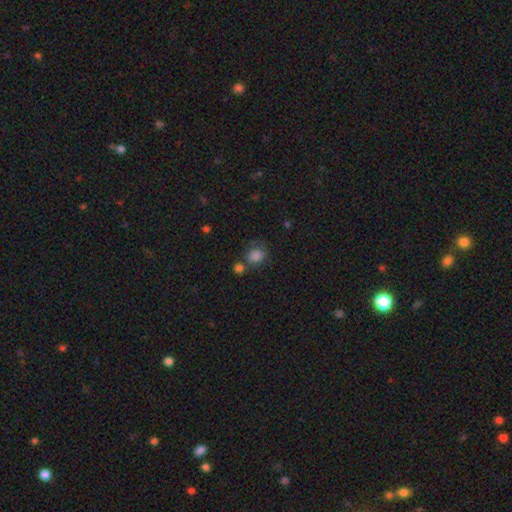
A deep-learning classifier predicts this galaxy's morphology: Smooth or featured? smooth (82%)
How rounded? round (70%)
Merging? none (54%)